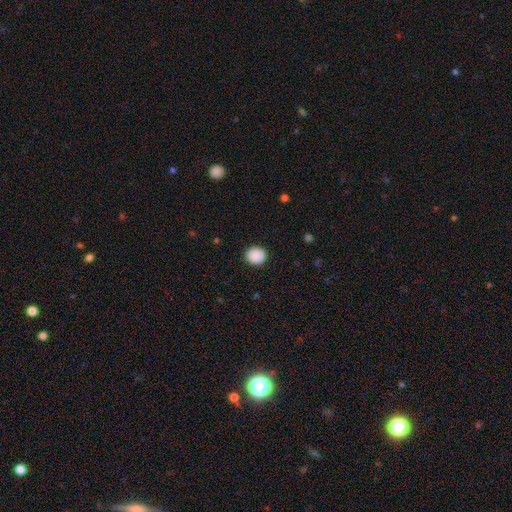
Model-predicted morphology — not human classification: Q: Smooth or featured?
A: smooth (90%); runner-up: star or artifact (8%)
Q: How rounded?
A: round (77%); runner-up: in between (22%)
Q: Merging?
A: none (89%); runner-up: minor disturbance (8%)